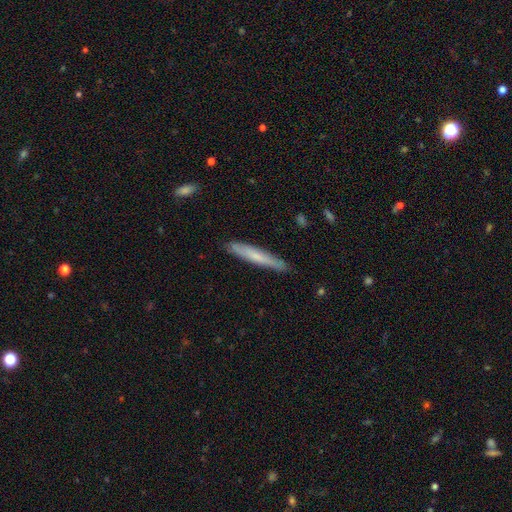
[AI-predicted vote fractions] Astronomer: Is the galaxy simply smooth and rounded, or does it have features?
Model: smooth — 62%.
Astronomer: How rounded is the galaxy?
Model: cigar-shaped — 94%.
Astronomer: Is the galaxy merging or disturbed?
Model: none — 87%.